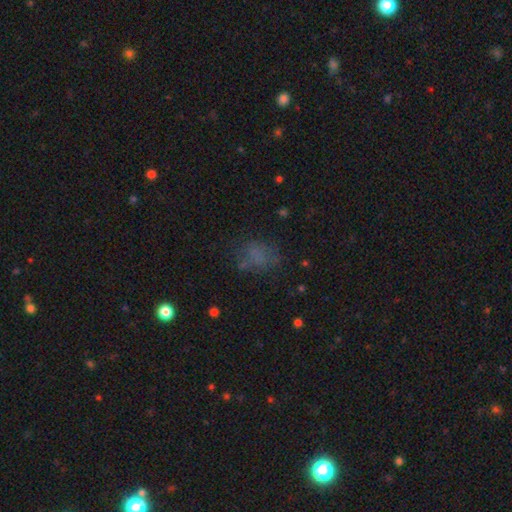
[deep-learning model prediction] This appears to be a smooth galaxy with no disk features (57%) that is in between round and cigar-shaped (66%). Merging: none (59%).